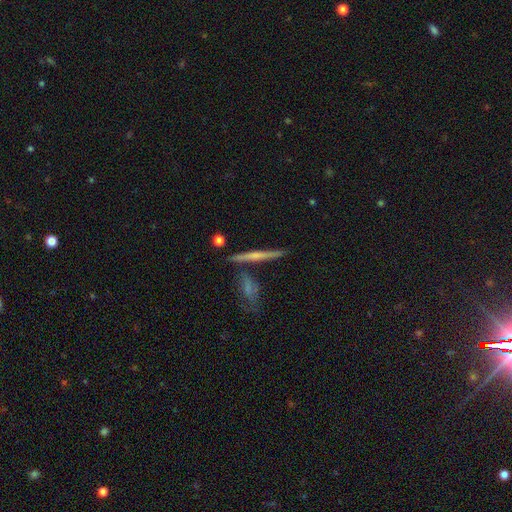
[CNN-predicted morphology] type=featured or disk (56%); edge-on=yes (95%); edge-on bulge=none (52%); merging=none (79%).